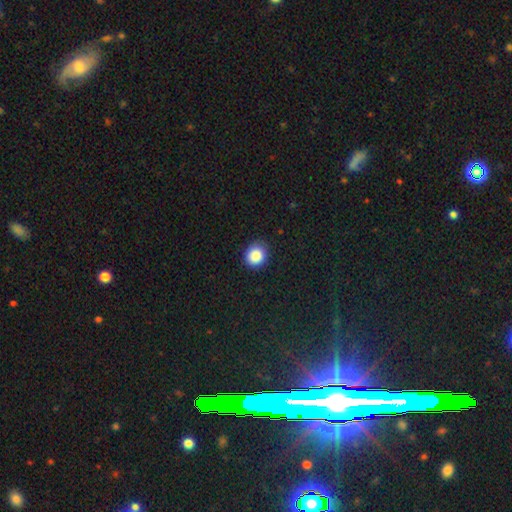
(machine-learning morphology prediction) smooth-or-featured: smooth: 88% | star or artifact: 9% | featured or disk: 3%
  how-rounded: round: 81% | in between: 18% | cigar-shaped: 1%
  merging: none: 86% | minor disturbance: 11% | major disturbance: 2% | merger: 1%